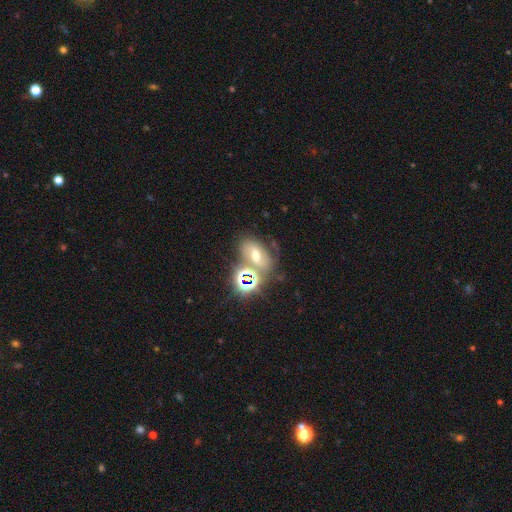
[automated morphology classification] Overall: smooth (36%; star or artifact 33%). Merging: none (49%; merger 23%).